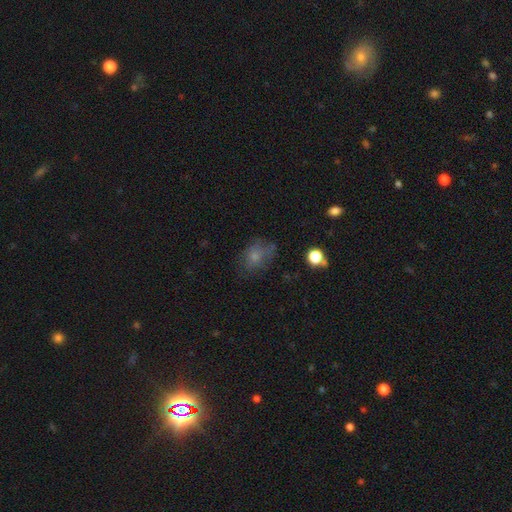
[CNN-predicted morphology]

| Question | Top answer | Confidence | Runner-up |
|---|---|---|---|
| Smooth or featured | smooth | 66% | featured or disk (19%) |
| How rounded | in between | 63% | round (36%) |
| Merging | none | 52% | minor disturbance (28%) |